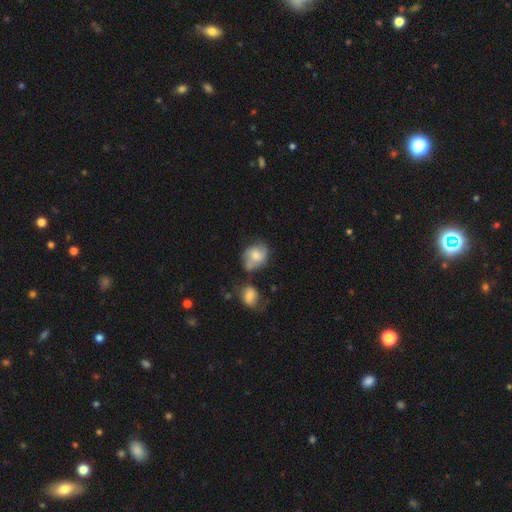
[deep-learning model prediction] This is possibly a smooth galaxy (60%). How rounded: possibly in between (51%). Merging: possibly none (46%).